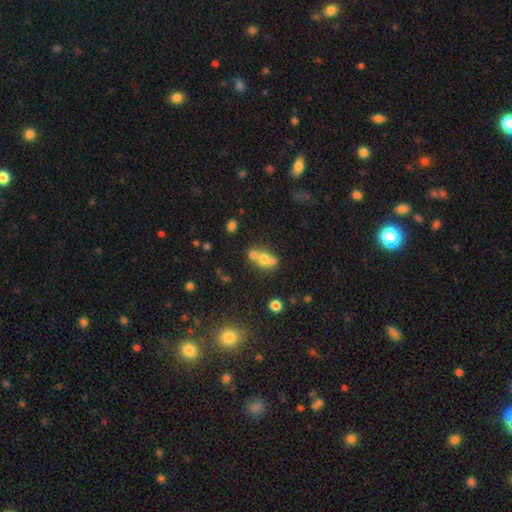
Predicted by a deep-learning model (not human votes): The model was most divided on "merging": merger: 54%, none: 34%, minor disturbance: 8%, major disturbance: 4%. More confident: how rounded — round (61%); smooth or featured — smooth (58%).